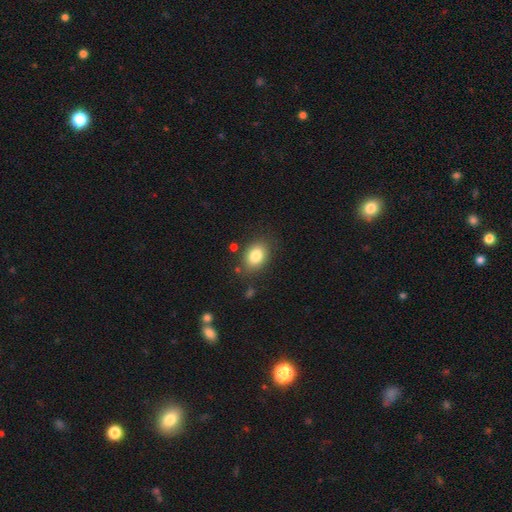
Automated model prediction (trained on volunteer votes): Overall: smooth (83%). How rounded: in between (71%). Merging: none (81%).